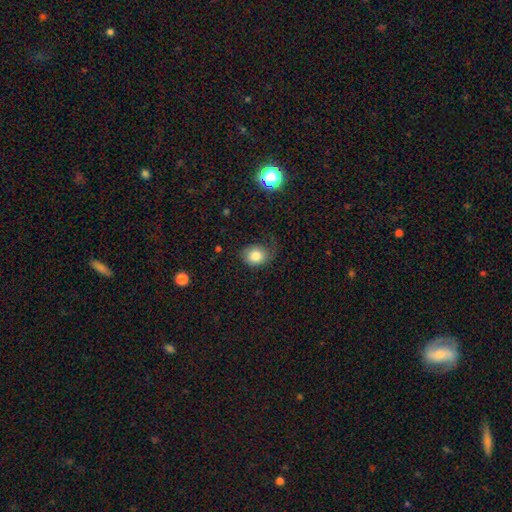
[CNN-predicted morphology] smooth_or_featured: smooth (p=0.80) [alt: featured or disk p=0.11]
how_rounded: round (p=0.59) [alt: in between p=0.40]
merging: none (p=0.60) [alt: minor disturbance p=0.25]